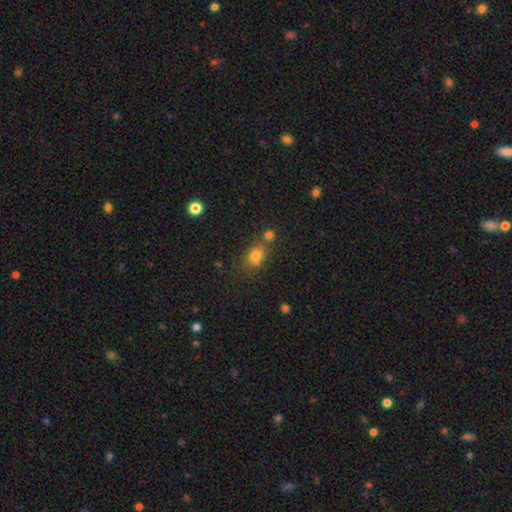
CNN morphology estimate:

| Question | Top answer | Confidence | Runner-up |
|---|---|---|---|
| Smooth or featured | smooth | 75% | star or artifact (15%) |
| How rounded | in between | 57% | round (41%) |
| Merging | none | 51% | merger (29%) |